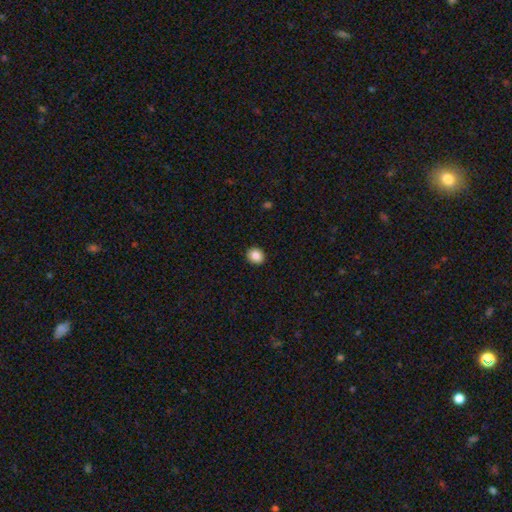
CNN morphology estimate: Smooth or featured?
  - smooth: 86% *
  - star or artifact: 9%
  - featured or disk: 5%
How rounded?
  - round: 79% *
  - in between: 20%
  - cigar-shaped: 1%
Merging?
  - none: 92% *
  - minor disturbance: 6%
  - major disturbance: 2%
  - merger: 1%